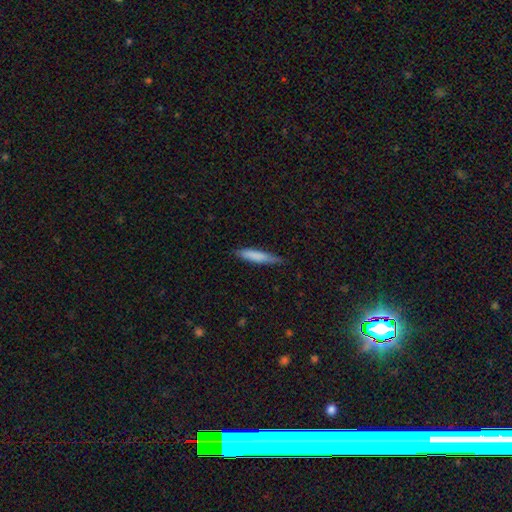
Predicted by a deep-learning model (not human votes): A smooth galaxy with no disk features (77%) that is cigar-shaped (87%).

Vote fractions:
- Smooth or featured? smooth: 77% / featured or disk: 17% / star or artifact: 6%
- How rounded? cigar-shaped: 87% / in between: 12% / round: 1%
- Merging? none: 76% / minor disturbance: 20% / major disturbance: 3% / merger: 1%